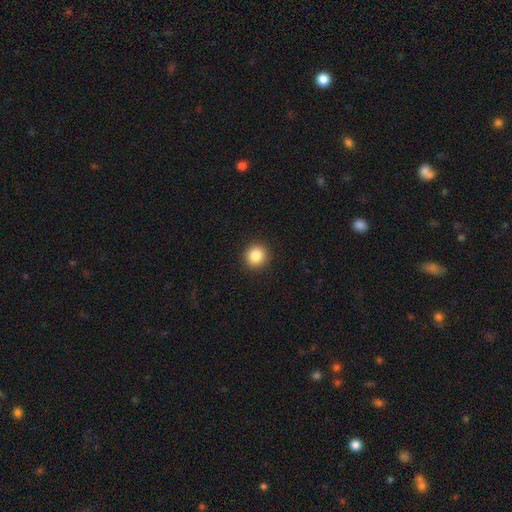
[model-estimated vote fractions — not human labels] Overall: smooth (85%). How rounded: round (92%). Merging: none (92%).